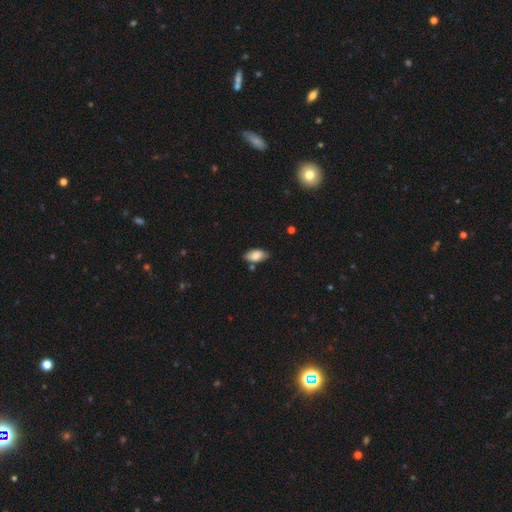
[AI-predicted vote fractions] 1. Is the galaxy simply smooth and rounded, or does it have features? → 82% smooth, 11% featured or disk, 7% star or artifact.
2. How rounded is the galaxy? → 93% in between, 4% cigar-shaped, 3% round.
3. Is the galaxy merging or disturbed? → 77% none, 16% minor disturbance, 4% merger, 3% major disturbance.